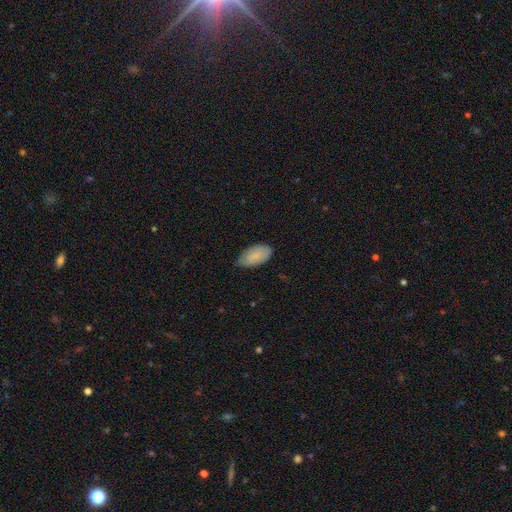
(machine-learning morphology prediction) smooth 82%, featured or disk 12%, star or artifact 6%. Down the decision tree: how rounded — in between (95%); merging — none (59%).